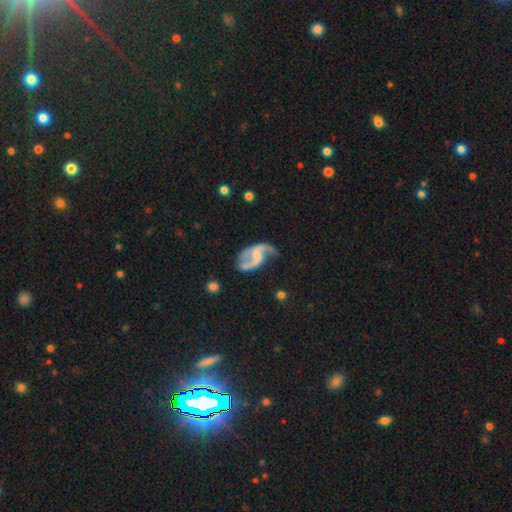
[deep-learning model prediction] Q: Smooth or featured?
A: featured or disk (88%); runner-up: smooth (7%)
Q: Edge-on disk?
A: no (98%); runner-up: yes (2%)
Q: Bar?
A: weak (45%); runner-up: no (37%)
Q: Spiral arms?
A: yes (95%); runner-up: no (5%)
Q: Spiral winding?
A: loose (68%); runner-up: medium (26%)
Q: Spiral arm count?
A: 2 (91%); runner-up: 1 (3%)
Q: Bulge size?
A: none (53%); runner-up: small (28%)
Q: Merging?
A: none (57%); runner-up: minor disturbance (22%)